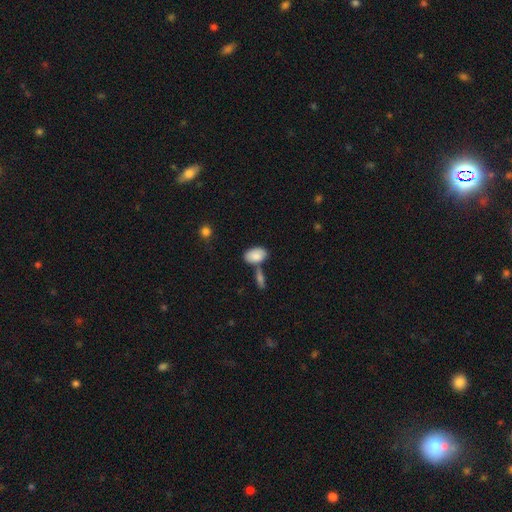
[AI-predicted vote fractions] Smooth or featured? smooth (83%)
How rounded? in between (92%)
Merging? none (54%)